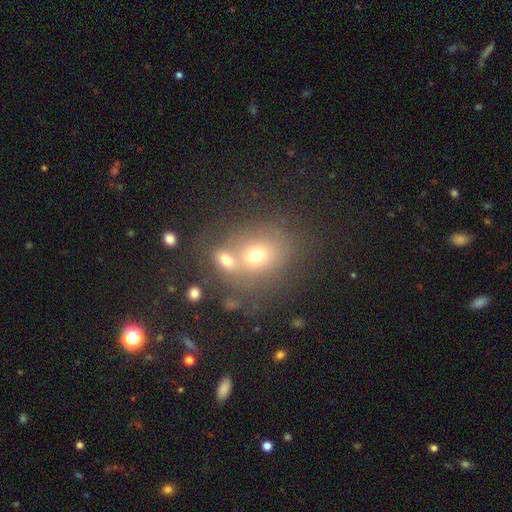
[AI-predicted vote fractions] Morphology: type=smooth (64%); roundness=round (62%); merging=merger (42%, tied with none).